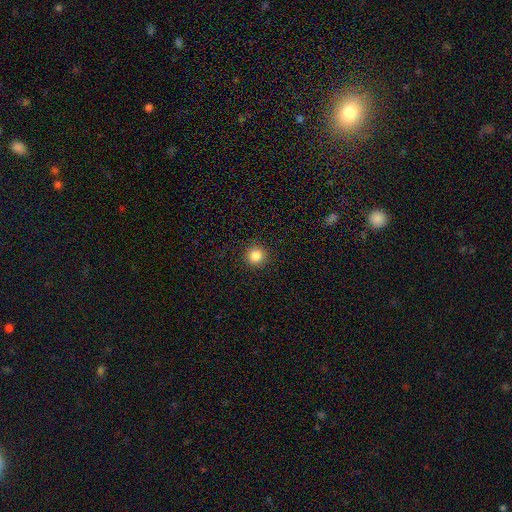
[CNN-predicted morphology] Smooth or featured: smooth — 85% (star or artifact — 11%)
How rounded: round — 95% (in between — 4%)
Merging: none — 92% (minor disturbance — 5%)